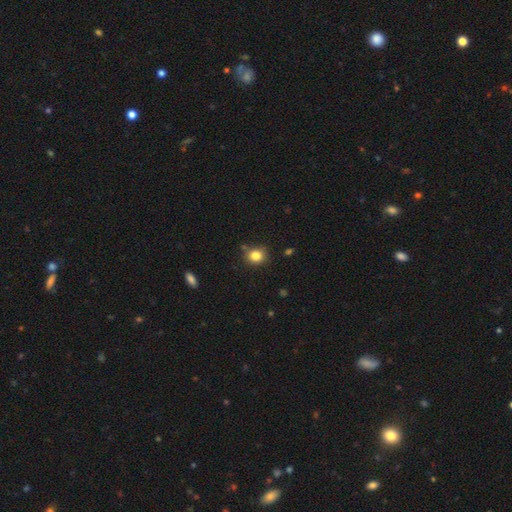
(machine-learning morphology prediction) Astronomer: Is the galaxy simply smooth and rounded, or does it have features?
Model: smooth — 83%.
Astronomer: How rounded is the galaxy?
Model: round — 75%.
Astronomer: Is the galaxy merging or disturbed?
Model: none — 81%.